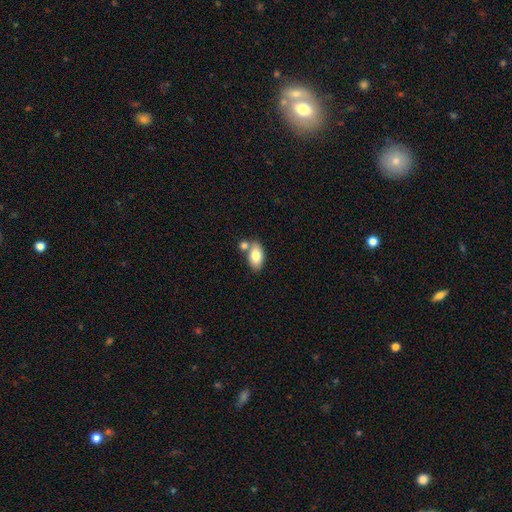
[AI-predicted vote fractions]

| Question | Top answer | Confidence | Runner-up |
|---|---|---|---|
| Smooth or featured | smooth | 80% | featured or disk (13%) |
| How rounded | in between | 91% | round (6%) |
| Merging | none | 58% | merger (27%) |